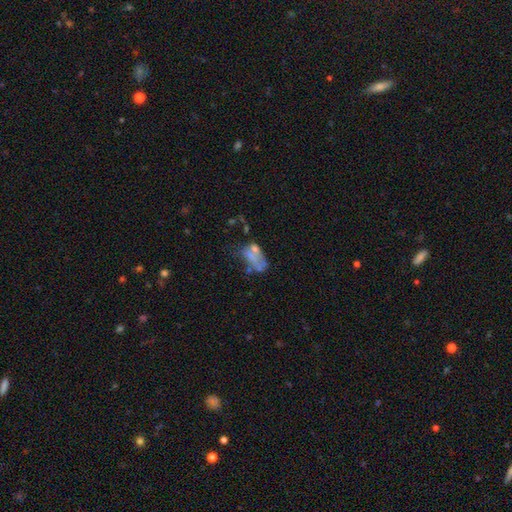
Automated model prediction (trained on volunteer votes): Q: Smooth or featured?
A: featured or disk (43%); runner-up: smooth (37%)
Q: Merging?
A: major disturbance (33%); runner-up: none (27%)